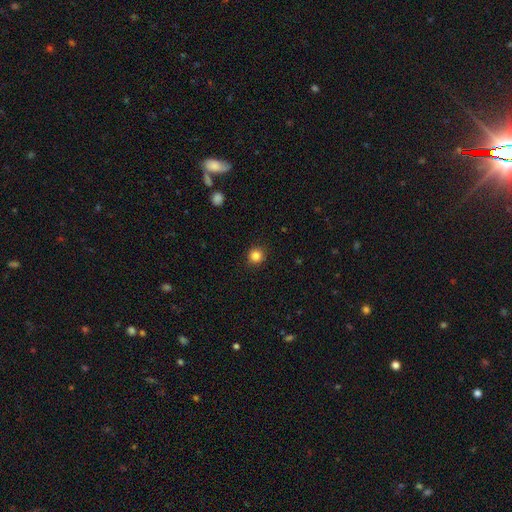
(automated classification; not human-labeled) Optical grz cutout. It shows a smooth galaxy with no disk features (85%) that is round (94%). Merging: none (92%).